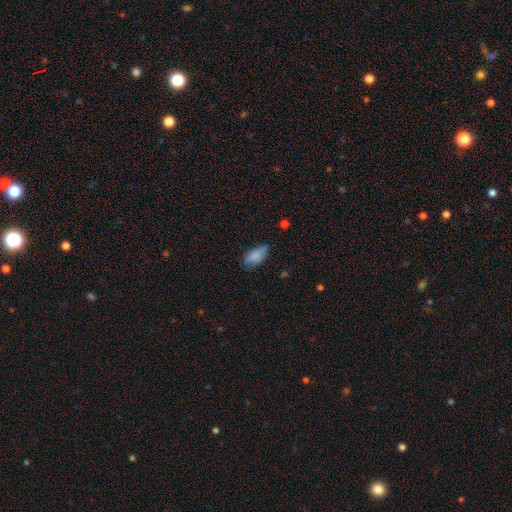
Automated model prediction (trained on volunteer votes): Smooth or featured? smooth (83%)
How rounded? in between (90%)
Merging? none (66%)